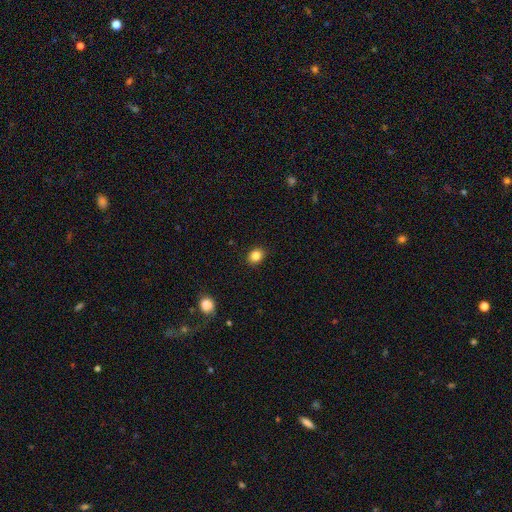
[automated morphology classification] This is clearly a smooth galaxy (85%). How rounded: possibly round (59%). Merging: clearly none (90%).